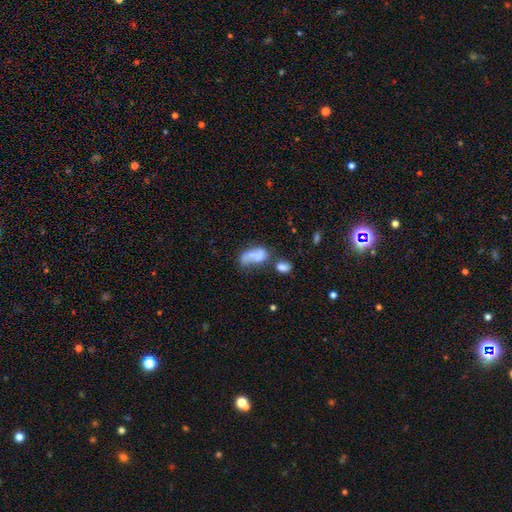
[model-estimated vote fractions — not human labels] Overall: smooth (58%; featured or disk 32%). How rounded: in between (87%). Merging: merger (44%; none 21%).